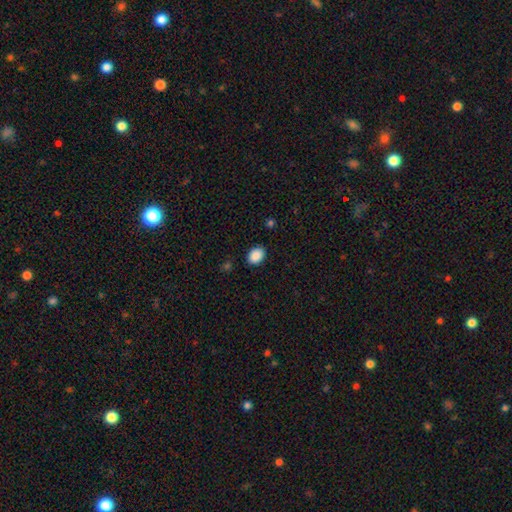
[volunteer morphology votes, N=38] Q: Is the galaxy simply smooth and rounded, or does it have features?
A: smooth — 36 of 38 (95%).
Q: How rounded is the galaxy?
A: in between — 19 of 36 (53%).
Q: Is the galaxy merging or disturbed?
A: none — 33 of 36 (92%).